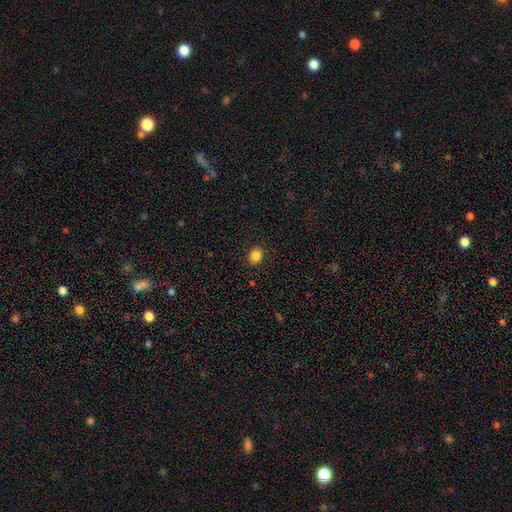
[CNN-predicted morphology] type=smooth (86%); roundness=round (52%); merging=none (89%).